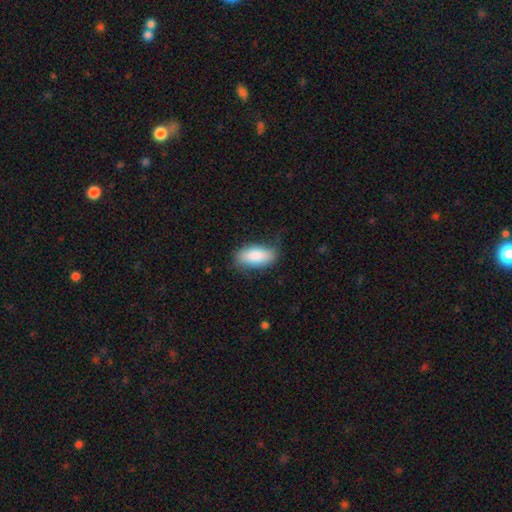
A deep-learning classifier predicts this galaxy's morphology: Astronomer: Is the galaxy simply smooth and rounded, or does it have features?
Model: smooth — 85%.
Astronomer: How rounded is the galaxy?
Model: in between — 91%.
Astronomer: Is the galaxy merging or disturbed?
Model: none — 68%.